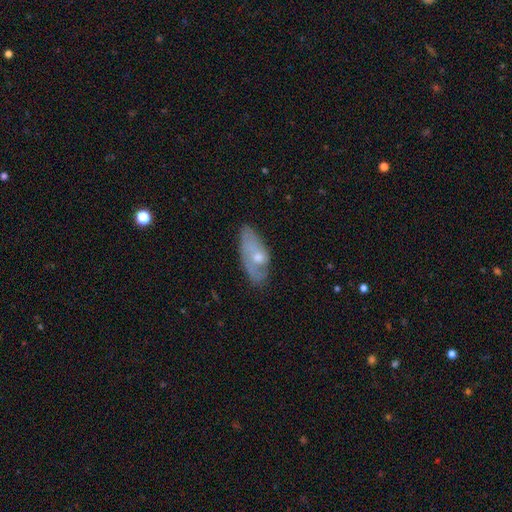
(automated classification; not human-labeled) featured or disk 47%, smooth 46%, star or artifact 7%. Down the decision tree: merging — none (55%).